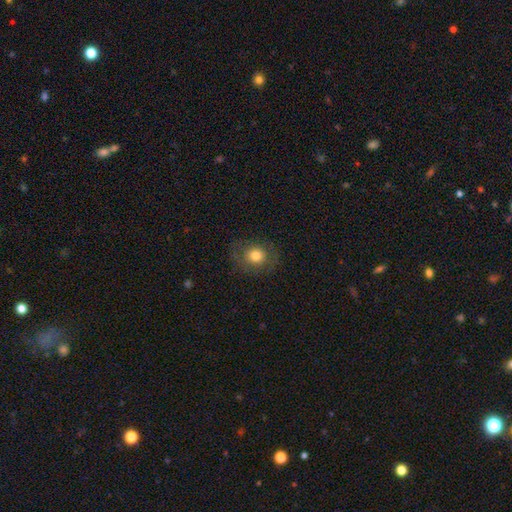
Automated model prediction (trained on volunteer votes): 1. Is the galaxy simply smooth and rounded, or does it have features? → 75% smooth, 14% featured or disk, 10% star or artifact.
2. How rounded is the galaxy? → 76% round, 23% in between, 1% cigar-shaped.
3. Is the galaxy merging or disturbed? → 80% none, 13% minor disturbance, 6% major disturbance, 1% merger.